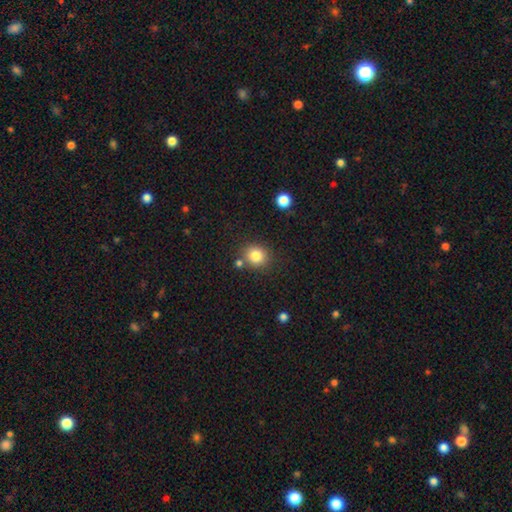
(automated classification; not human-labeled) Smooth or featured: smooth — 82% (star or artifact — 11%)
How rounded: round — 82% (in between — 17%)
Merging: none — 78% (merger — 10%)